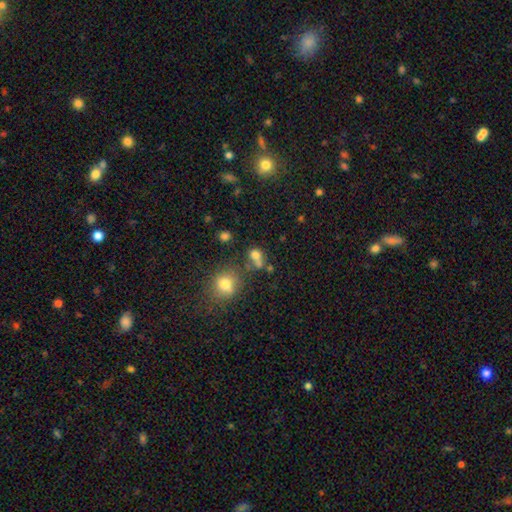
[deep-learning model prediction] Smooth or featured? smooth (72%)
How rounded? round (54%)
Merging? none (42%)